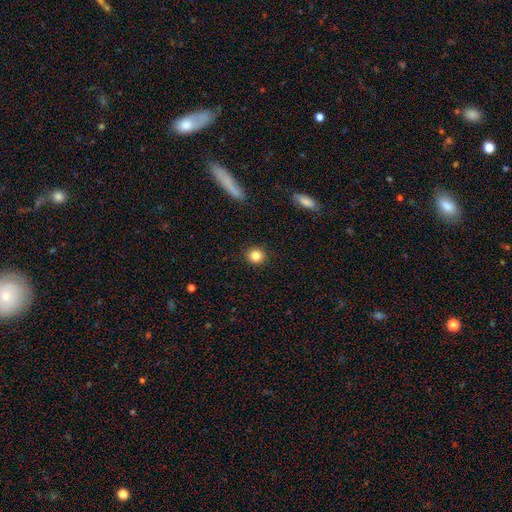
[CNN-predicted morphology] Smooth or featured? smooth (84%)
How rounded? round (88%)
Merging? none (91%)